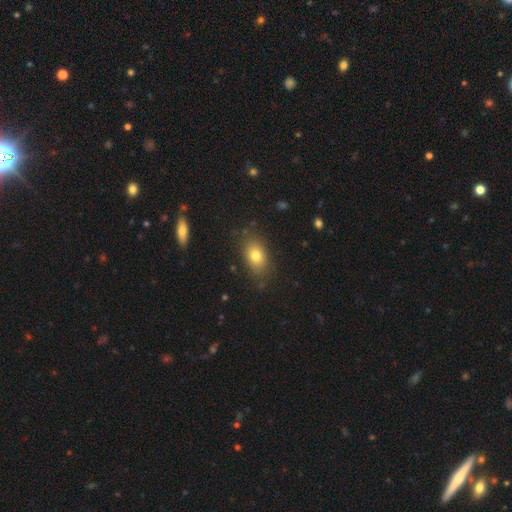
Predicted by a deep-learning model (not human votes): Smooth or featured?
  - smooth: 77% *
  - featured or disk: 13%
  - star or artifact: 10%
How rounded?
  - in between: 82% *
  - round: 16%
  - cigar-shaped: 2%
Merging?
  - none: 82% *
  - minor disturbance: 12%
  - major disturbance: 4%
  - merger: 2%